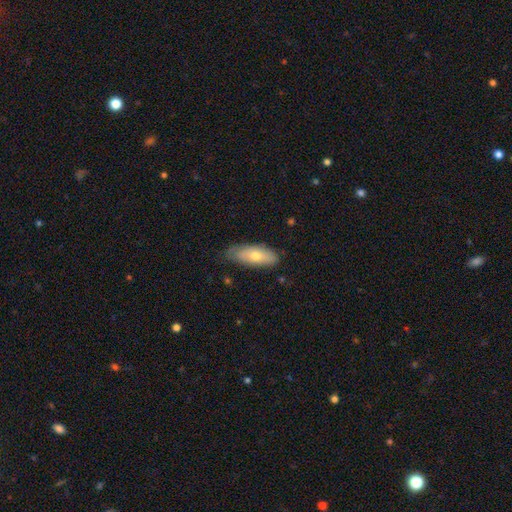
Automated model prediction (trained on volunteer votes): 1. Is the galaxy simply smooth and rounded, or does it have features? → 66% smooth, 27% featured or disk, 7% star or artifact.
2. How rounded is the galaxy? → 72% in between, 26% cigar-shaped, 3% round.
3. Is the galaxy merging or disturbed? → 70% none, 25% minor disturbance, 4% major disturbance, 1% merger.